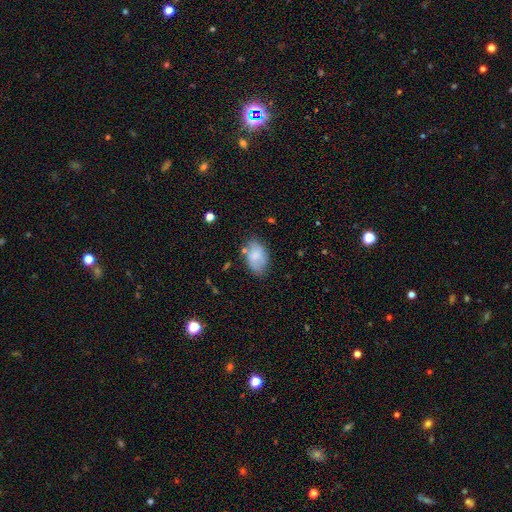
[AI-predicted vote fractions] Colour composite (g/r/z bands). It shows a smooth galaxy with no disk features (77%) that is in between round and cigar-shaped (89%). Merging: none (67%).